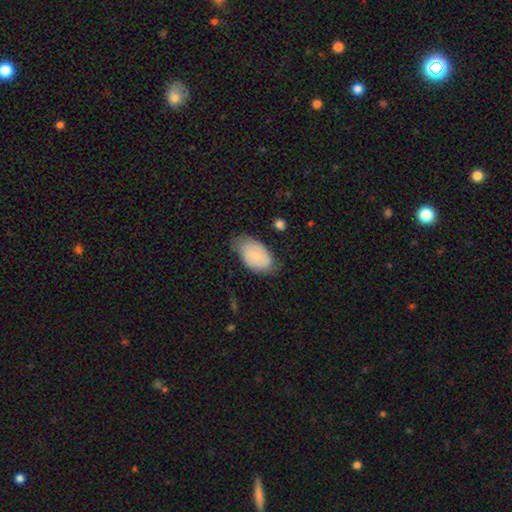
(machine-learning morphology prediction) A smooth galaxy with no disk features (73%) that is in between round and cigar-shaped (93%).

Vote fractions:
- Smooth or featured? smooth: 73% / featured or disk: 21% / star or artifact: 6%
- How rounded? in between: 93% / round: 6% / cigar-shaped: 1%
- Merging? none: 57% / minor disturbance: 33% / major disturbance: 8% / merger: 2%